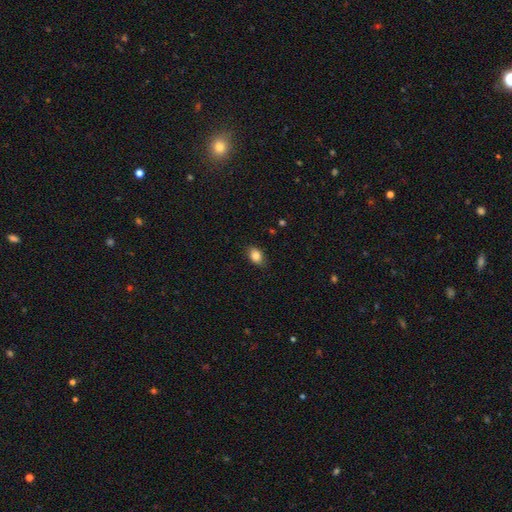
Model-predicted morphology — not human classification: smooth_or_featured: smooth (p=0.85) [alt: star or artifact p=0.09]
how_rounded: in between (p=0.78) [alt: round p=0.20]
merging: none (p=0.84) [alt: minor disturbance p=0.12]